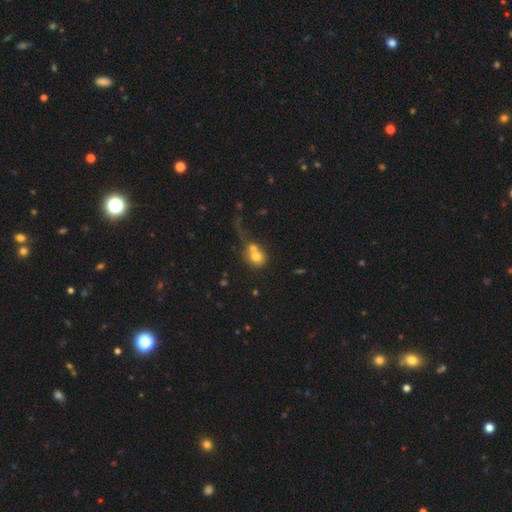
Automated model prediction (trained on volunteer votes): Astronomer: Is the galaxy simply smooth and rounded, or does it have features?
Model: smooth — 69%.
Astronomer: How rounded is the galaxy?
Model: round — 70%.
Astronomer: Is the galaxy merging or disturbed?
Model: merger — 63%.